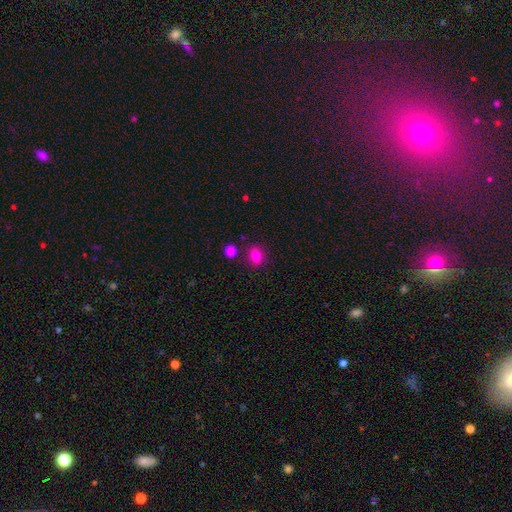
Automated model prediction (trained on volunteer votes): Smooth or featured? smooth (82%)
How rounded? in between (57%)
Merging? none (82%)